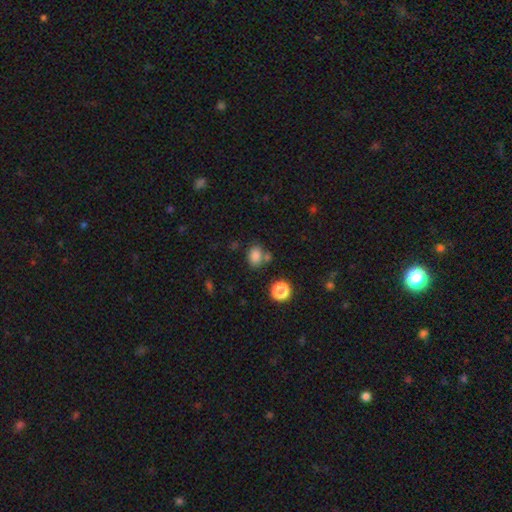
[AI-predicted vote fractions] Smooth or featured? smooth (82%)
How rounded? in between (69%)
Merging? none (63%)